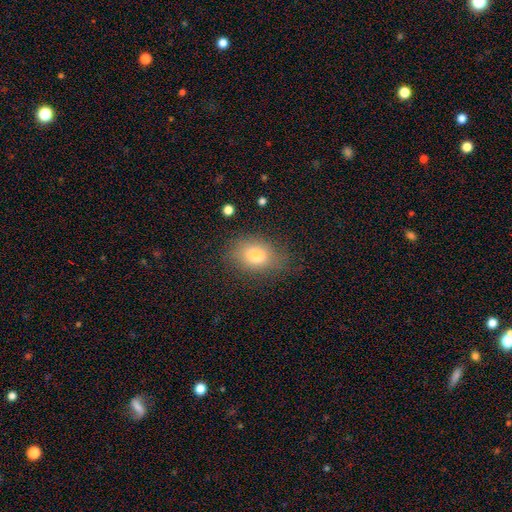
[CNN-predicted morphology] smooth_or_featured: smooth (p=0.77) [alt: featured or disk p=0.12]
how_rounded: in between (p=0.75) [alt: round p=0.23]
merging: none (p=0.75) [alt: minor disturbance p=0.17]